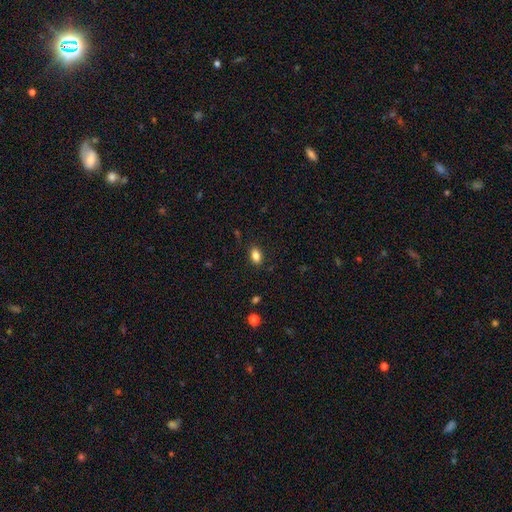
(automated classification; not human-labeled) smooth_or_featured: smooth (p=0.85) [alt: star or artifact p=0.10]
how_rounded: in between (p=0.85) [alt: round p=0.13]
merging: none (p=0.85) [alt: minor disturbance p=0.11]